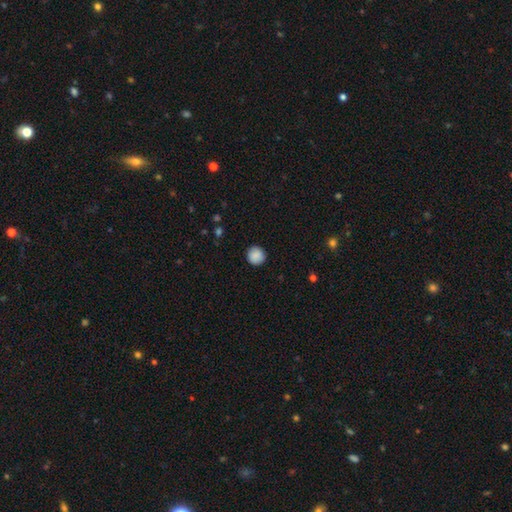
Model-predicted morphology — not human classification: A smooth galaxy with no disk features (89%) that is round (94%). Merging: none (90%).